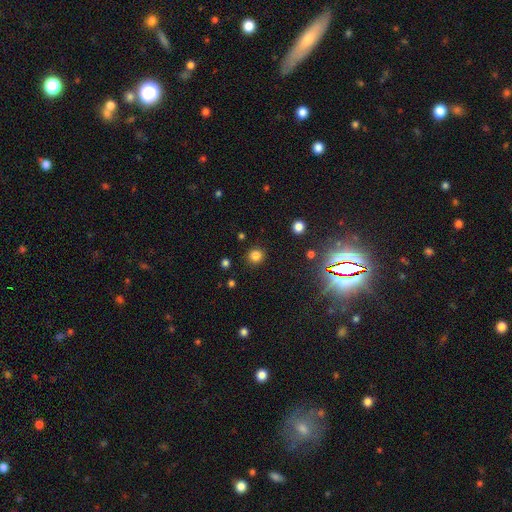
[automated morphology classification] Smooth or featured?
  - smooth: 81% *
  - star or artifact: 15%
  - featured or disk: 4%
How rounded?
  - round: 91% *
  - in between: 8%
  - cigar-shaped: 1%
Merging?
  - none: 90% *
  - minor disturbance: 6%
  - major disturbance: 2%
  - merger: 2%